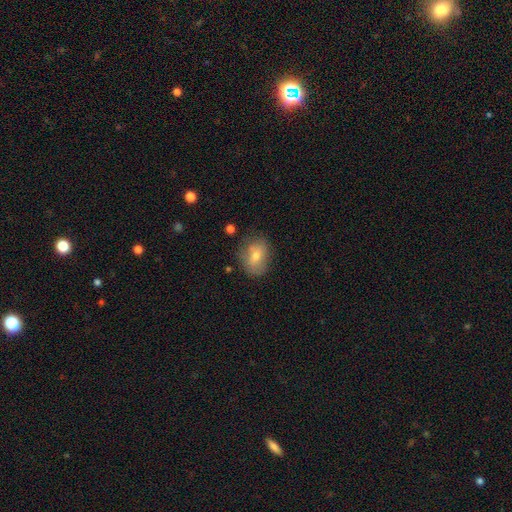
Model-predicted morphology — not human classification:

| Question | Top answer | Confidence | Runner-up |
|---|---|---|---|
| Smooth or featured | smooth | 69% | featured or disk (22%) |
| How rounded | in between | 64% | round (35%) |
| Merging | none | 66% | minor disturbance (23%) |